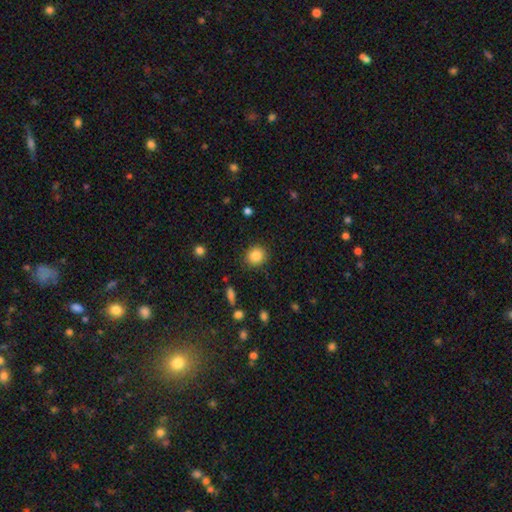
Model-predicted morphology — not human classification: Smooth or featured?
  - smooth: 85% *
  - star or artifact: 10%
  - featured or disk: 5%
How rounded?
  - round: 85% *
  - in between: 14%
  - cigar-shaped: 1%
Merging?
  - none: 87% *
  - minor disturbance: 9%
  - major disturbance: 3%
  - merger: 1%